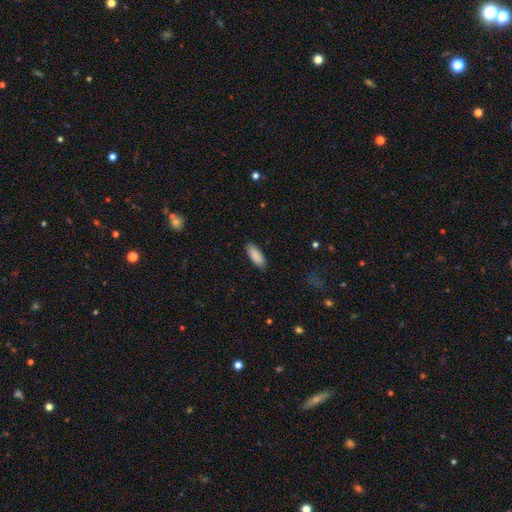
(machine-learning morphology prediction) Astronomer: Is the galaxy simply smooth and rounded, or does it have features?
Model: smooth — 90%.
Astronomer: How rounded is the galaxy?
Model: in between — 75%.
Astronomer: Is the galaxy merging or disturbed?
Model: none — 88%.